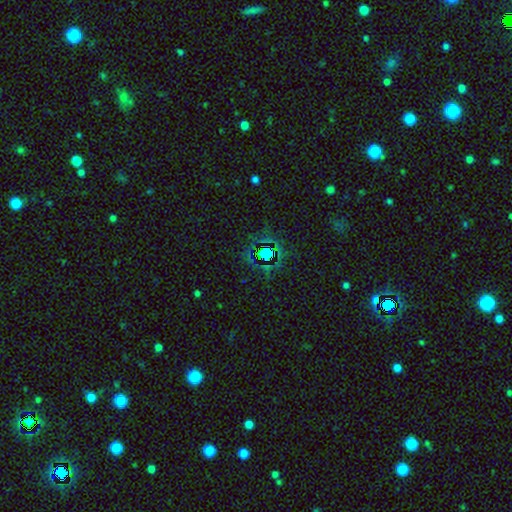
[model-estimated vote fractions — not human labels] Smooth or featured? Predicted: star or artifact (p=0.71).